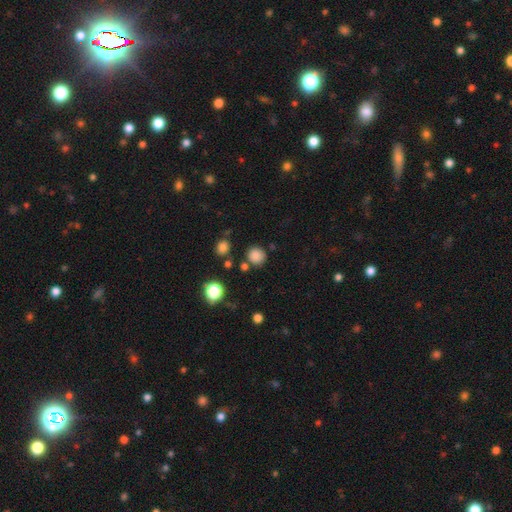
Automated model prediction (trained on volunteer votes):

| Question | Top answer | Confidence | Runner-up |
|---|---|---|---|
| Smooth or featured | smooth | 83% | star or artifact (13%) |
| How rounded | round | 89% | in between (10%) |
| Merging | none | 83% | minor disturbance (9%) |